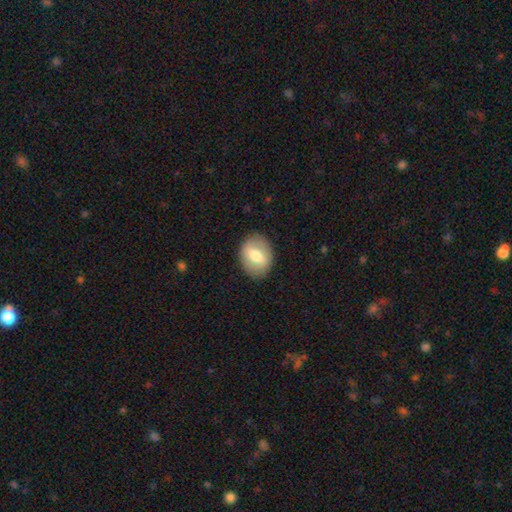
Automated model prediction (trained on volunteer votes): Smooth or featured: smooth — 62% (featured or disk — 31%)
How rounded: in between — 62% (round — 37%)
Merging: none — 86% (minor disturbance — 10%)